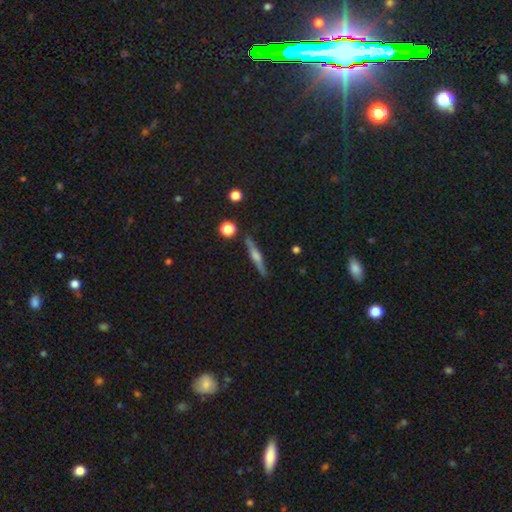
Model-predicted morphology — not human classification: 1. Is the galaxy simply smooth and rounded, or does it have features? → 67% featured or disk, 23% smooth, 11% star or artifact.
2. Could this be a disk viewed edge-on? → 97% yes, 3% no.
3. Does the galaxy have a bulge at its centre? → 84% rounded, 8% none, 8% boxy.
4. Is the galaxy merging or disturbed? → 88% none, 8% minor disturbance, 2% merger, 2% major disturbance.